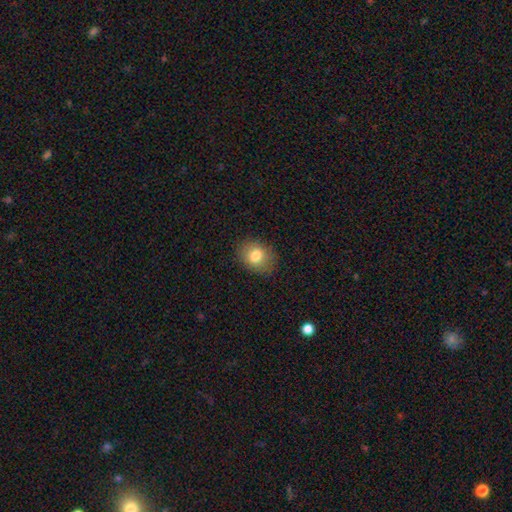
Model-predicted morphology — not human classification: smooth 79%, featured or disk 11%, star or artifact 10%. Down the decision tree: how rounded — in between (55%); merging — none (84%).